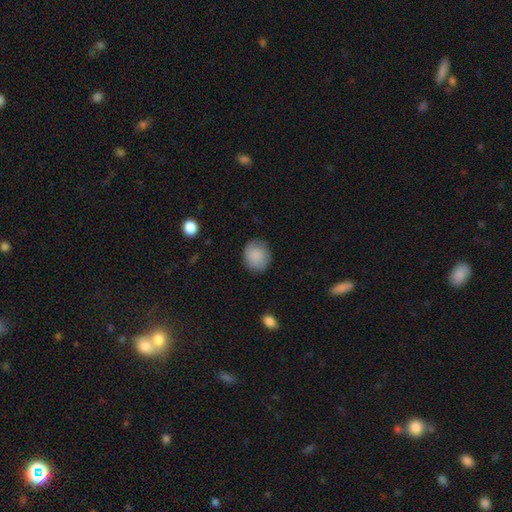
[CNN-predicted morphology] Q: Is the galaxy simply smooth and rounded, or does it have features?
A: smooth — 87%.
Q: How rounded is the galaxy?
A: round — 73%.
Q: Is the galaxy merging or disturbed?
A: none — 82%.